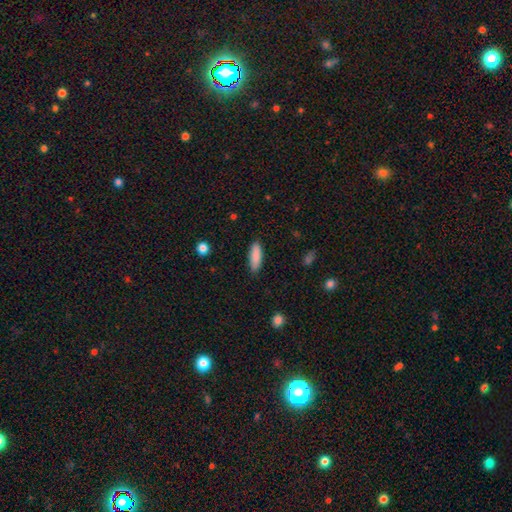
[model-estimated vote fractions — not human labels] Smooth or featured? Predicted: smooth (p=0.88). How rounded? Predicted: cigar-shaped (p=0.52). Merging? Predicted: none (p=0.87).